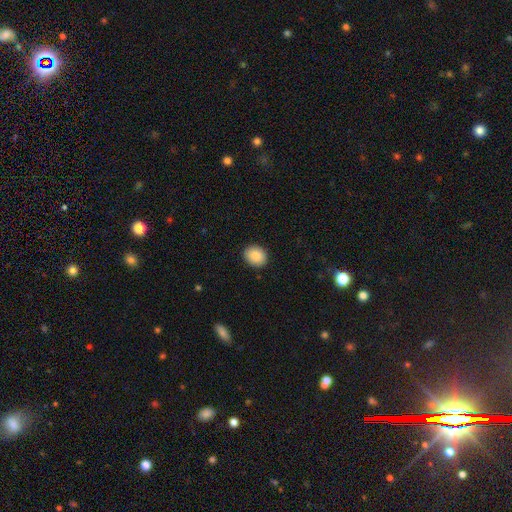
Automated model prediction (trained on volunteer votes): This appears to be a smooth galaxy with no disk features (88%) that is round (57%). Merging: none (89%).